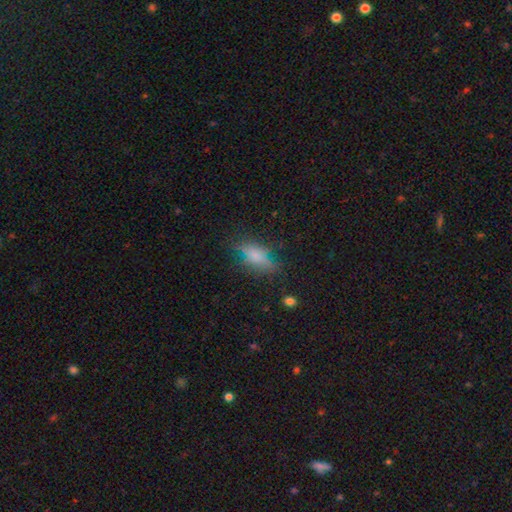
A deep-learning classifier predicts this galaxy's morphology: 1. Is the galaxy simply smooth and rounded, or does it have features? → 54% smooth, 33% featured or disk, 13% star or artifact.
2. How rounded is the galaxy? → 67% in between, 27% cigar-shaped, 6% round.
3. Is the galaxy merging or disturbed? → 71% none, 20% minor disturbance, 7% major disturbance, 2% merger.